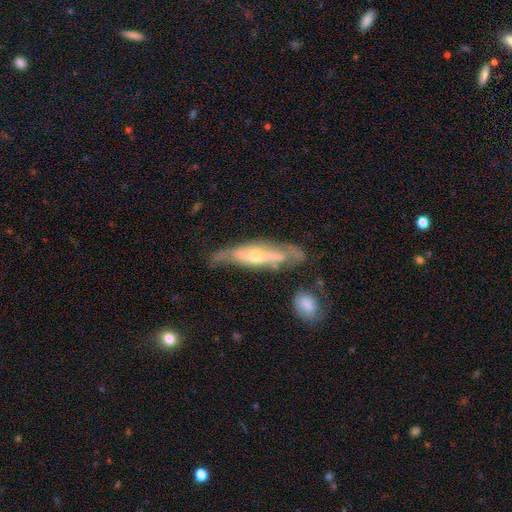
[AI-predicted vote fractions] Morphology: type=featured or disk (70%); edge-on=no (51%); merging=none (56%).